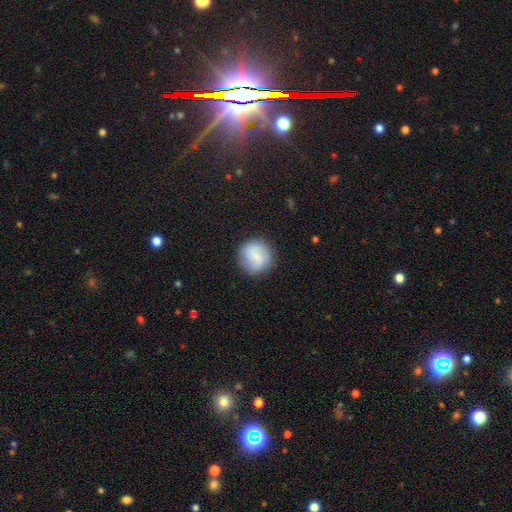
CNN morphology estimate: Smooth or featured?
  - smooth: 70% *
  - featured or disk: 22%
  - star or artifact: 7%
How rounded?
  - round: 91% *
  - in between: 8%
  - cigar-shaped: 1%
Merging?
  - none: 83% *
  - minor disturbance: 12%
  - major disturbance: 4%
  - merger: 1%